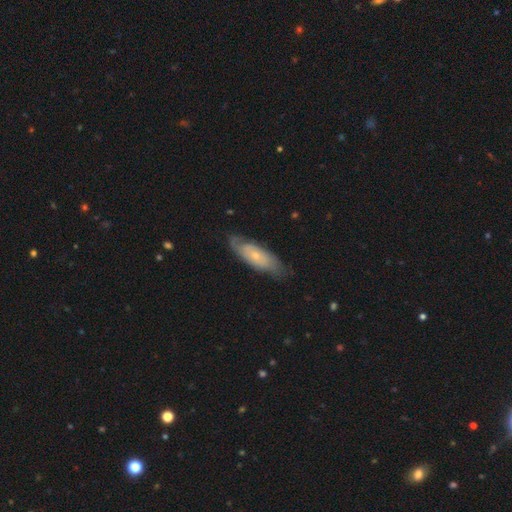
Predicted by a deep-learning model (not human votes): smooth_or_featured: featured or disk (p=0.58) [alt: smooth p=0.36]
disk_edge_on: no (p=0.79) [alt: yes p=0.21]
merging: none (p=0.70) [alt: minor disturbance p=0.22]